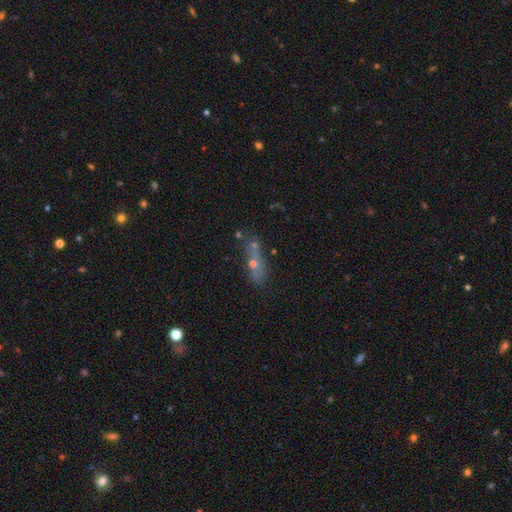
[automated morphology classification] A smooth galaxy with no disk features (46%). Merging: none (50%).